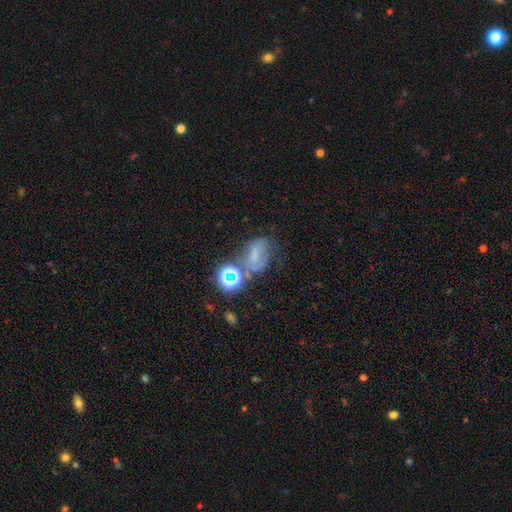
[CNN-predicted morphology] smooth_or_featured: smooth (p=0.38) [alt: featured or disk p=0.34]
merging: none (p=0.36) [alt: major disturbance p=0.24]